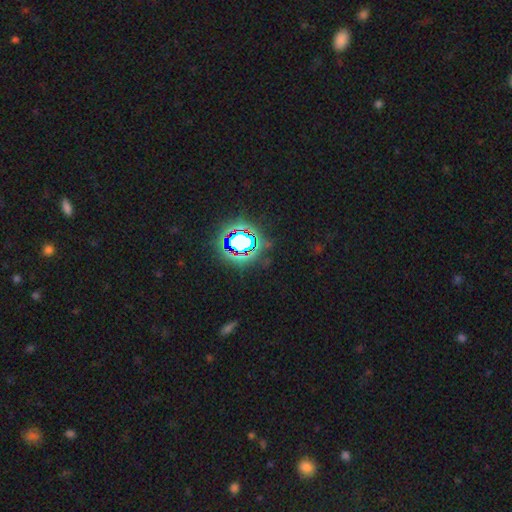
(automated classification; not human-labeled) Overall: star or artifact (80%).